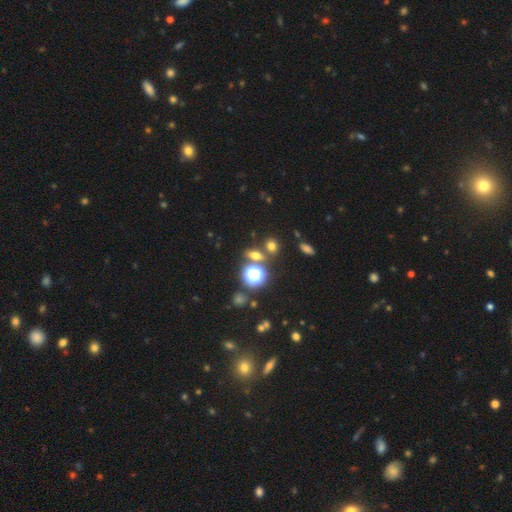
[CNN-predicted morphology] This is possibly a smooth galaxy (55%). How rounded: possibly in between (47%, tied with round). Merging: likely none (72%).